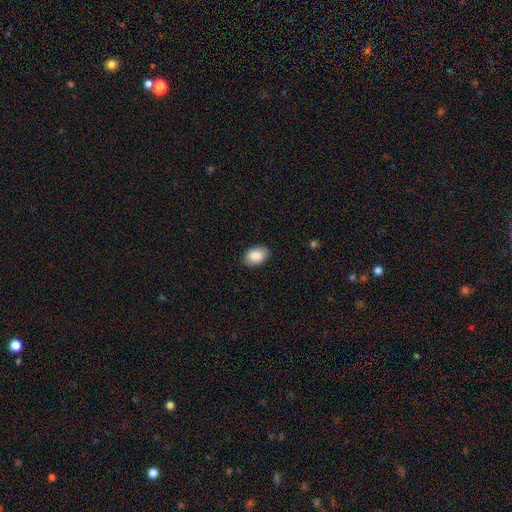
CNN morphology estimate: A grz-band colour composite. It shows a smooth galaxy with no disk features (86%) that is in between round and cigar-shaped (88%). Merging: none (87%).